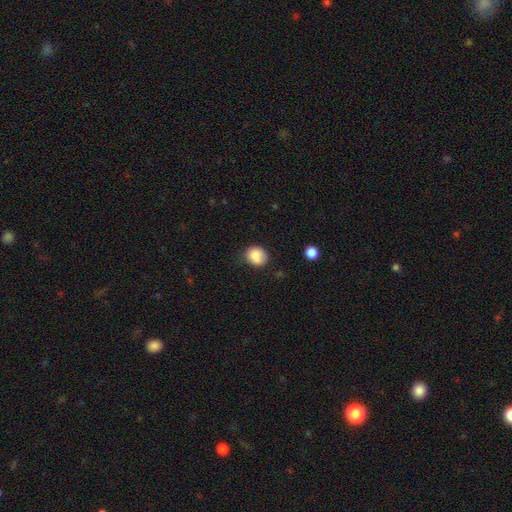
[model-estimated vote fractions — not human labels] Overall: smooth (84%). How rounded: round (71%). Merging: none (65%; minor disturbance 26%).